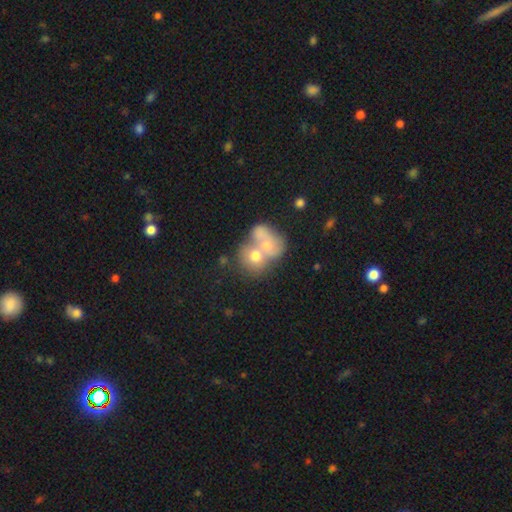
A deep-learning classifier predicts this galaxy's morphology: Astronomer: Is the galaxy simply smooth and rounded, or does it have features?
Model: smooth — 61%.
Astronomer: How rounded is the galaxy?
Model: round — 65%.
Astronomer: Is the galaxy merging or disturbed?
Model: merger — 72%.